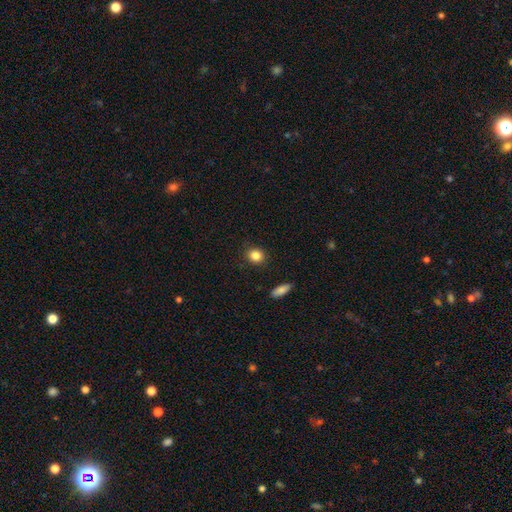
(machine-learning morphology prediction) A smooth galaxy with no disk features (86%) that is round (74%). Merging: none (88%).